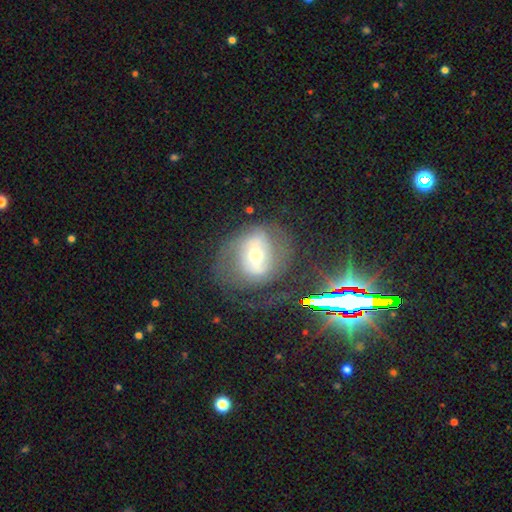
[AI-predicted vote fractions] Q: Smooth or featured?
A: featured or disk (64%); runner-up: smooth (25%)
Q: Edge-on disk?
A: no (95%); runner-up: yes (5%)
Q: Bar?
A: strong (35%); runner-up: weak (34%)
Q: Spiral arms?
A: yes (65%); runner-up: no (35%)
Q: Bulge size?
A: moderate (52%); runner-up: small (39%)
Q: Merging?
A: none (52%); runner-up: major disturbance (27%)